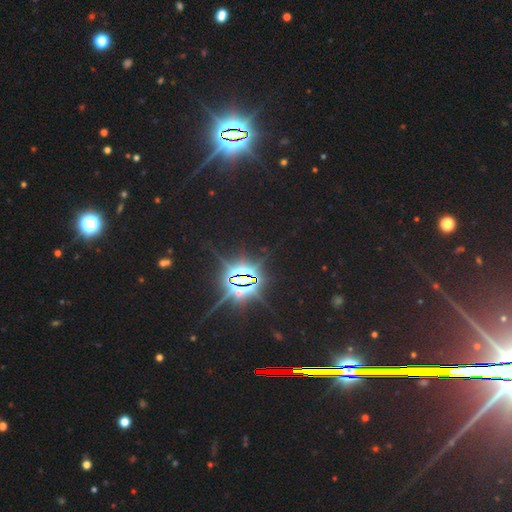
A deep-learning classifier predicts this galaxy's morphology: Smooth or featured? Predicted: star or artifact (p=0.85).